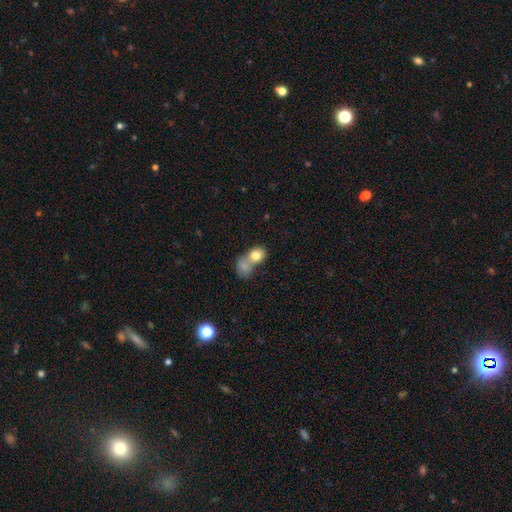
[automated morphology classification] smooth_or_featured: smooth (p=0.77) [alt: featured or disk p=0.14]
how_rounded: round (p=0.52) [alt: in between p=0.46]
merging: merger (p=0.68) [alt: none p=0.20]